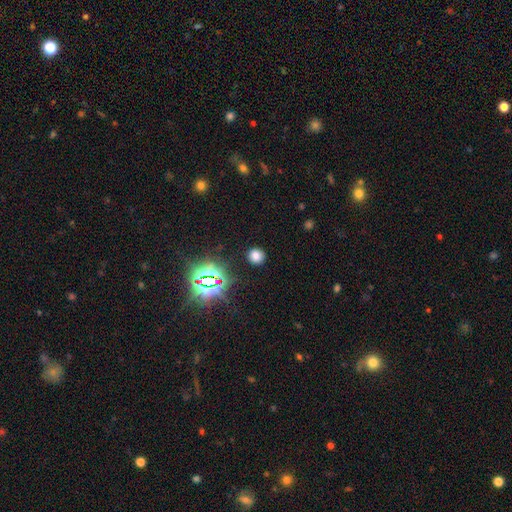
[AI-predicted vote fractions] Smooth or featured? smooth (69%)
How rounded? round (87%)
Merging? none (88%)